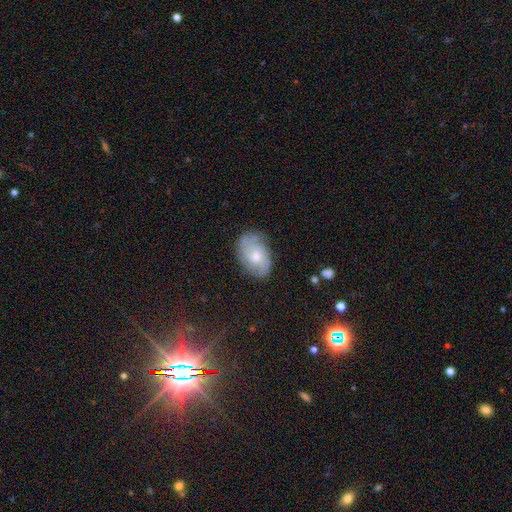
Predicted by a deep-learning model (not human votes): This appears to be a featured or disk galaxy (61%) with no bar (71%), spiral arms (83%) and a moderate central bulge (54%). Merging: none (71%).